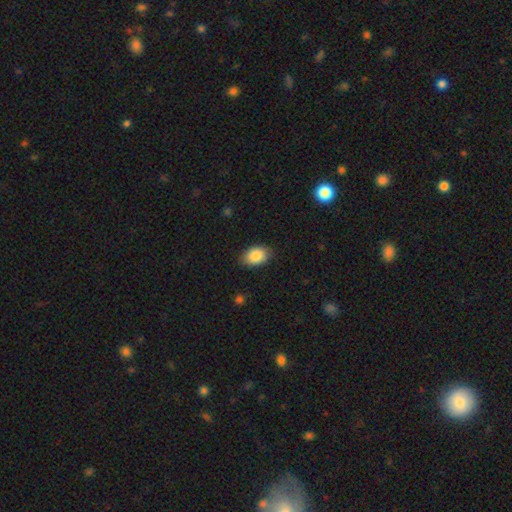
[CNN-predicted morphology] type=smooth (87%); roundness=in between (86%); merging=none (85%).